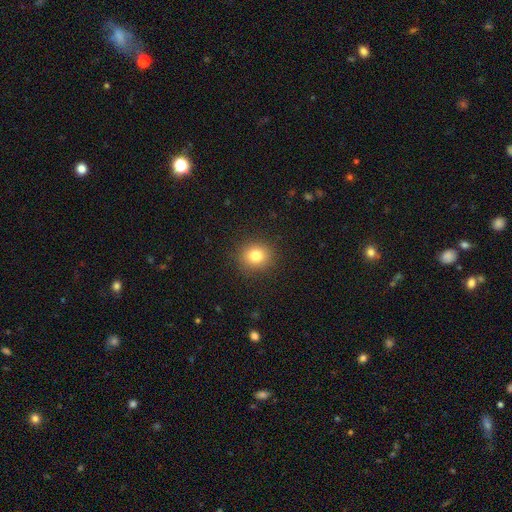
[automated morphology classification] smooth-or-featured: smooth: 81% | star or artifact: 12% | featured or disk: 8%
  how-rounded: round: 82% | in between: 17% | cigar-shaped: 1%
  merging: none: 90% | minor disturbance: 7% | major disturbance: 3% | merger: 1%